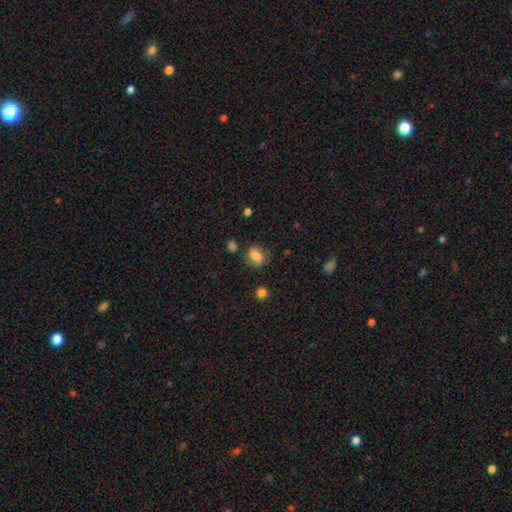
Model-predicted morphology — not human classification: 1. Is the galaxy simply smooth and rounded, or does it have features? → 63% smooth, 27% featured or disk, 10% star or artifact.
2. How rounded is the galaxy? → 59% in between, 38% round, 2% cigar-shaped.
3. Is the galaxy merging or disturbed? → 68% none, 20% minor disturbance, 8% major disturbance, 4% merger.